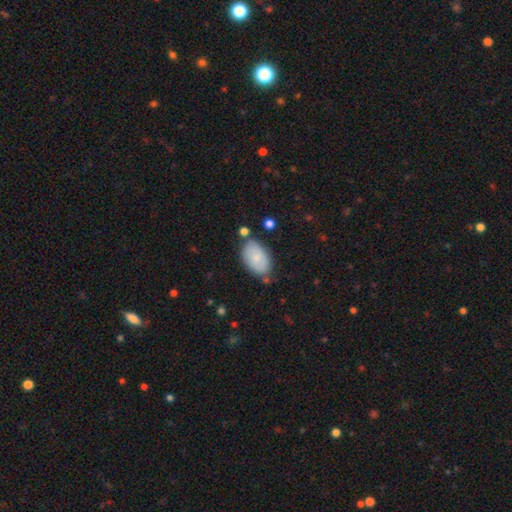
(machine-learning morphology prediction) A smooth galaxy with no disk features (77%) that is in between round and cigar-shaped (92%). Merging: none (71%).